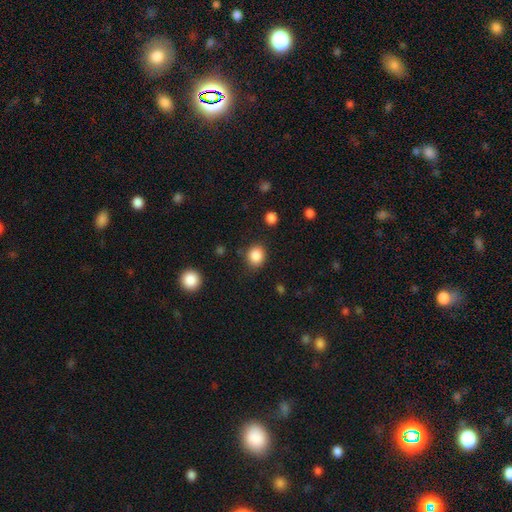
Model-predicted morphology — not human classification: Smooth or featured: smooth — 87% (star or artifact — 9%)
How rounded: round — 69% (in between — 30%)
Merging: none — 83% (minor disturbance — 11%)